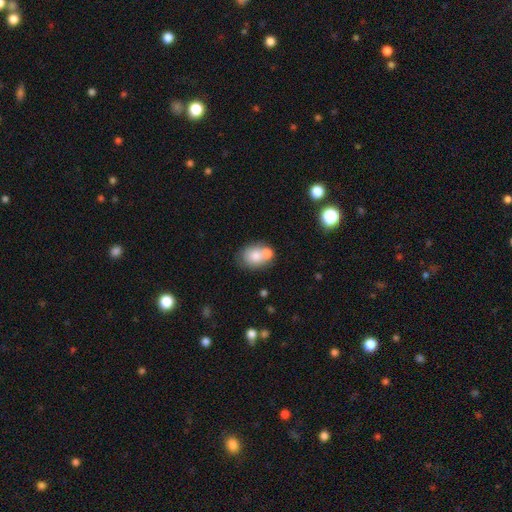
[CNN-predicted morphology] This is likely a smooth galaxy (74%). How rounded: possibly in between (54%). Merging: marginally none (41%).